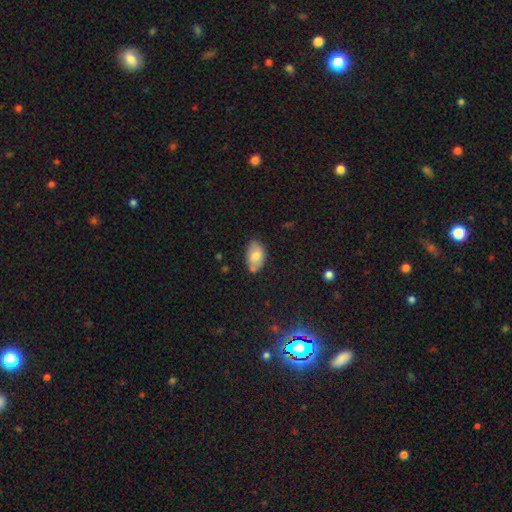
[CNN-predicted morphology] This appears to be a smooth galaxy with no disk features (76%) that is in between round and cigar-shaped (92%). Merging: none (68%).